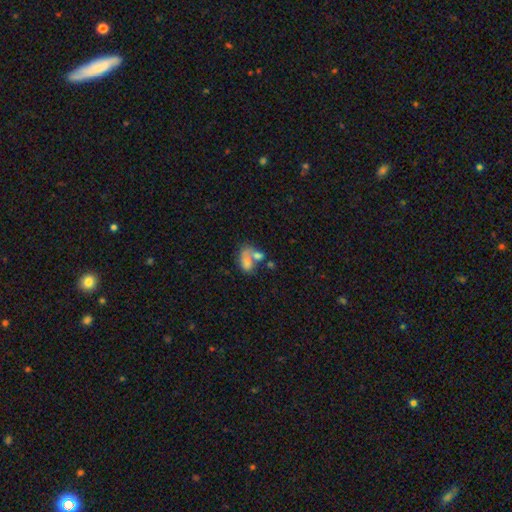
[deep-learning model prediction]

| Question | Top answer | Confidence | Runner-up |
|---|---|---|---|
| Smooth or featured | smooth | 58% | featured or disk (28%) |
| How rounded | in between | 80% | round (17%) |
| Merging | merger | 51% | none (23%) |